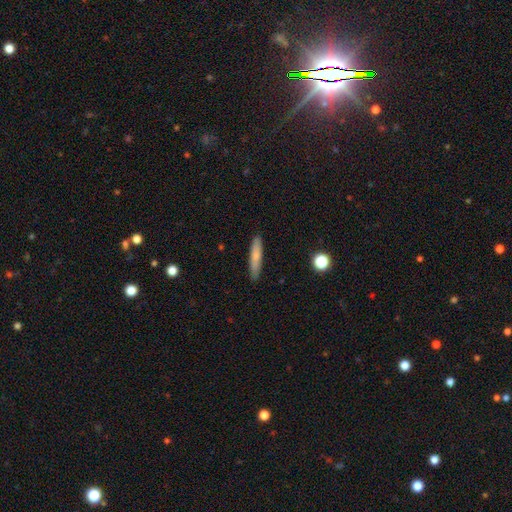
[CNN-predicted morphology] smooth-or-featured: smooth: 73% | featured or disk: 20% | star or artifact: 7%
  how-rounded: cigar-shaped: 89% | in between: 9% | round: 2%
  merging: none: 88% | minor disturbance: 9% | major disturbance: 2% | merger: 1%